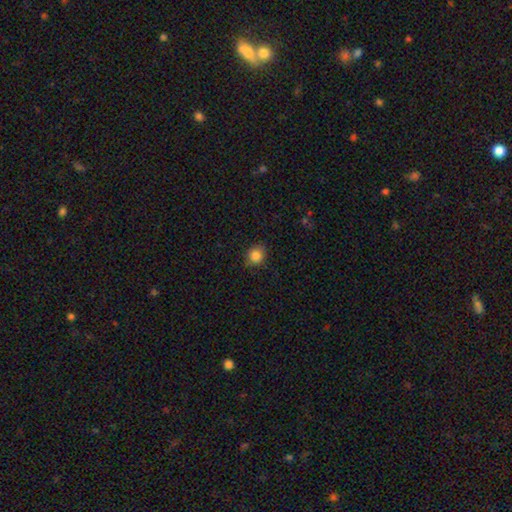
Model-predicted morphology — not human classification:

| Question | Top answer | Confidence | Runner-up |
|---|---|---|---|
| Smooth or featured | smooth | 85% | star or artifact (10%) |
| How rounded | round | 76% | in between (23%) |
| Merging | none | 82% | minor disturbance (14%) |